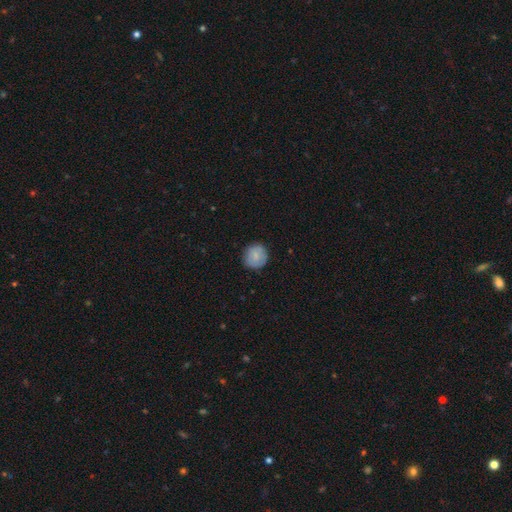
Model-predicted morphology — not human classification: type=smooth (81%); roundness=round (91%); merging=none (87%).